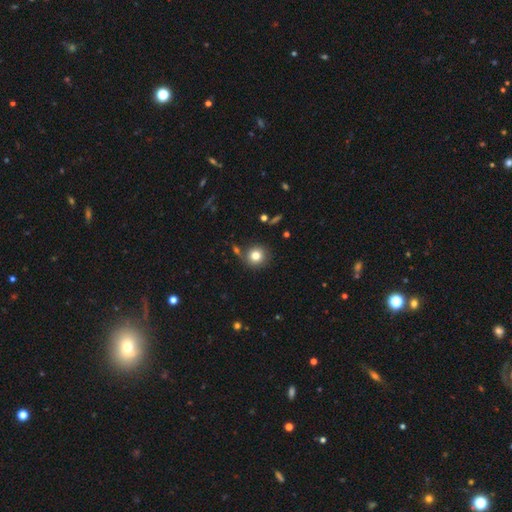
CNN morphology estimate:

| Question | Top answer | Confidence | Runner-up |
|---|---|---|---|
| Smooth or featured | smooth | 80% | star or artifact (12%) |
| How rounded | round | 91% | in between (8%) |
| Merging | none | 79% | minor disturbance (10%) |